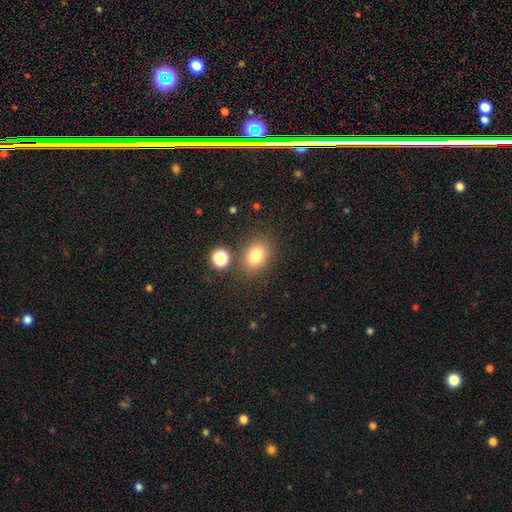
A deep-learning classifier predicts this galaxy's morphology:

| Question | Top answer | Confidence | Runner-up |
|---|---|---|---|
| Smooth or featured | smooth | 80% | star or artifact (12%) |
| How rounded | in between | 55% | round (44%) |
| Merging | none | 80% | minor disturbance (10%) |